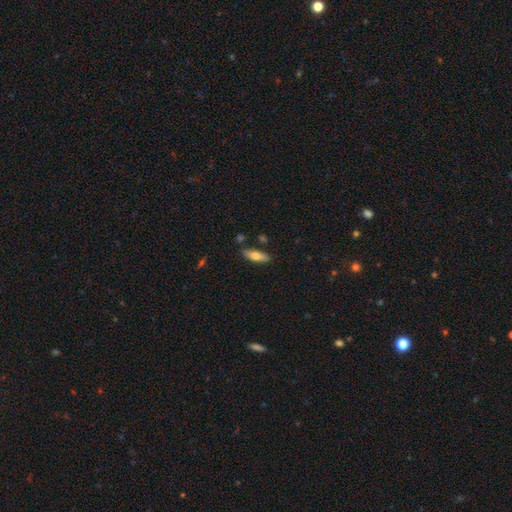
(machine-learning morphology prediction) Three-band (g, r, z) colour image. It shows a smooth galaxy with no disk features (63%) that is cigar-shaped (50%). Merging: none (82%).